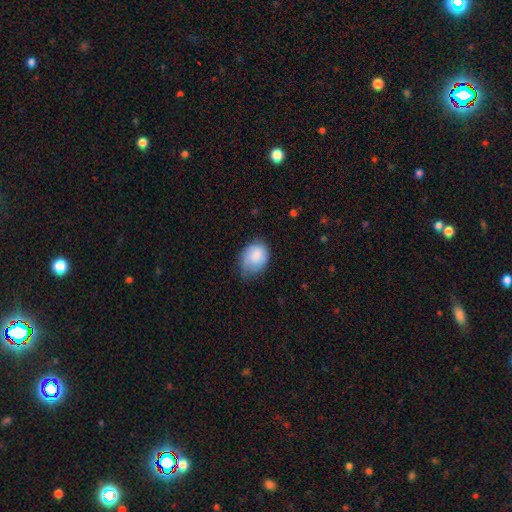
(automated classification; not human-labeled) Overall: smooth (80%). How rounded: in between (66%; round 33%). Merging: none (43%; minor disturbance 42%).